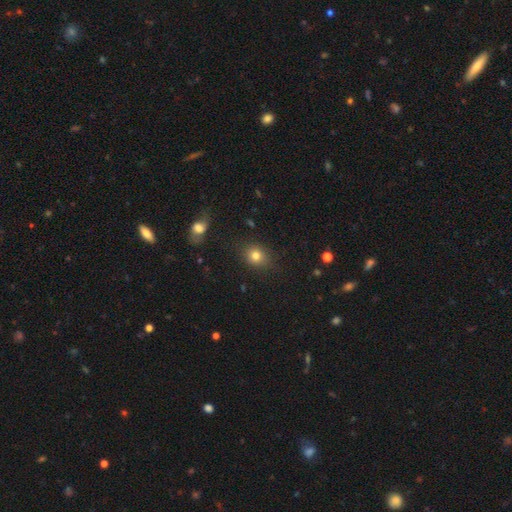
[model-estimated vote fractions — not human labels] Smooth or featured? Predicted: smooth (p=0.80). How rounded? Predicted: round (p=0.68). Merging? Predicted: none (p=0.83).